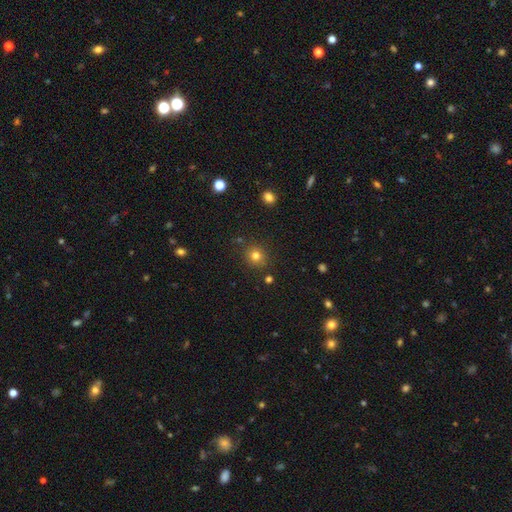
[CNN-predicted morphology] Smooth or featured: smooth — 78% (star or artifact — 15%)
How rounded: round — 88% (in between — 11%)
Merging: none — 85% (minor disturbance — 9%)